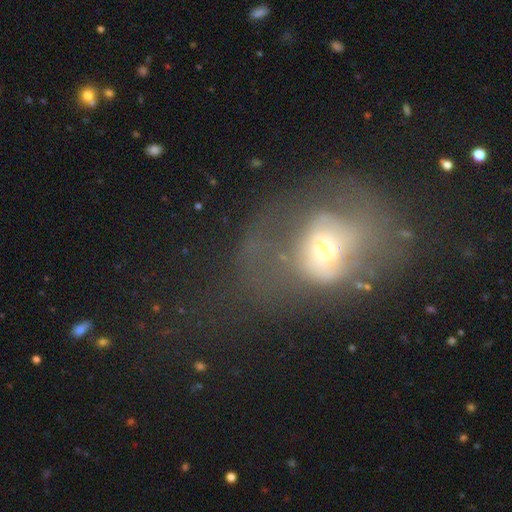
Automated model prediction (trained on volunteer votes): Smooth or featured? featured or disk (43%)
Merging? major disturbance (48%)